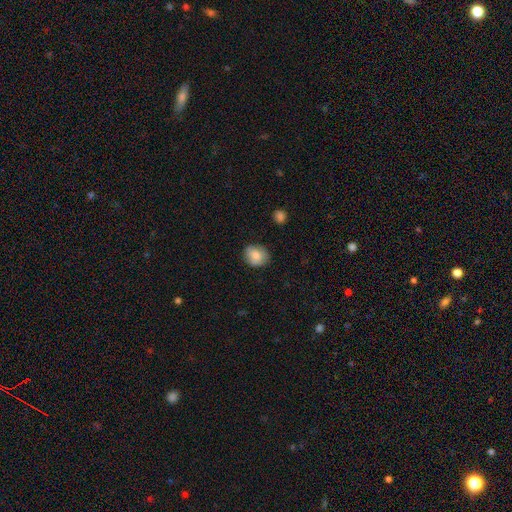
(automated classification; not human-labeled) Smooth or featured? smooth (80%)
How rounded? round (70%)
Merging? none (84%)